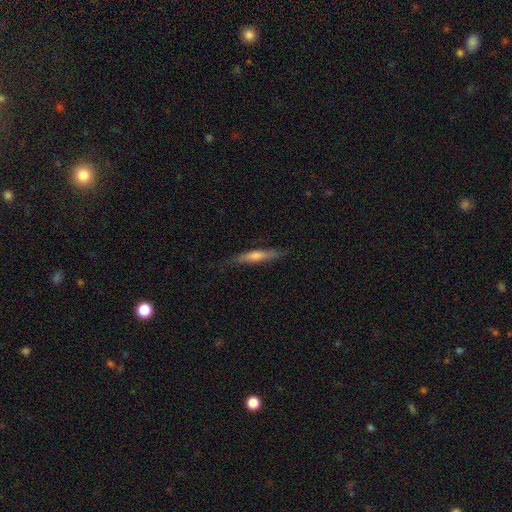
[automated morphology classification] Overall: featured or disk (48%; smooth 46%). Merging: none (80%).